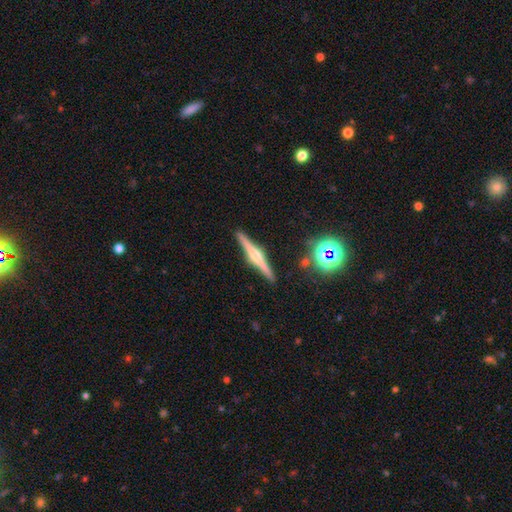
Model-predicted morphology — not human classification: This is likely a featured or disk galaxy (76%). It is clearly viewed edge-on (98%). Edge-on bulge: clearly rounded (85%). Merging: clearly none (91%).